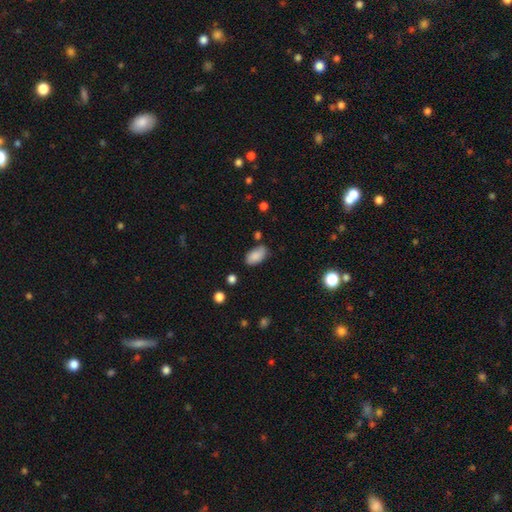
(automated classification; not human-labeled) This is clearly a smooth galaxy (85%). How rounded: clearly in between (93%). Merging: likely none (74%).